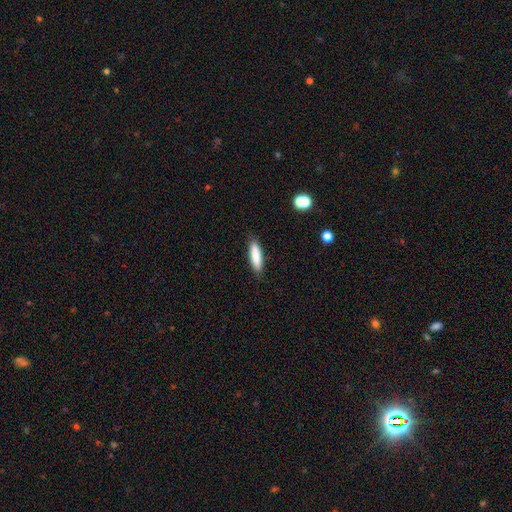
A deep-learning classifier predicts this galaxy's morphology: smooth_or_featured: smooth (p=0.85) [alt: featured or disk p=0.09]
how_rounded: cigar-shaped (p=0.69) [alt: in between p=0.30]
merging: none (p=0.88) [alt: minor disturbance p=0.09]